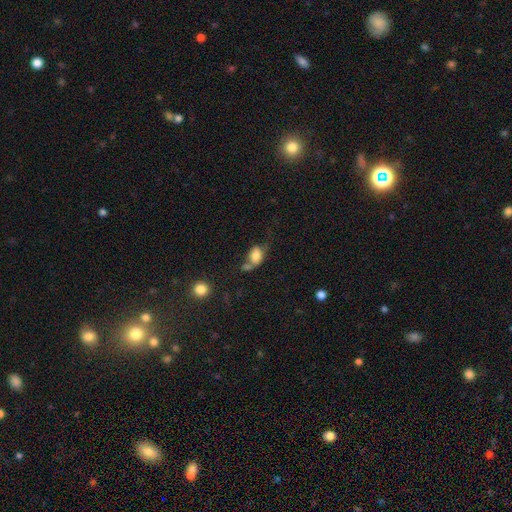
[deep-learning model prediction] Q: Smooth or featured?
A: smooth (74%); runner-up: featured or disk (16%)
Q: How rounded?
A: in between (79%); runner-up: round (19%)
Q: Merging?
A: merger (32%); runner-up: none (27%)